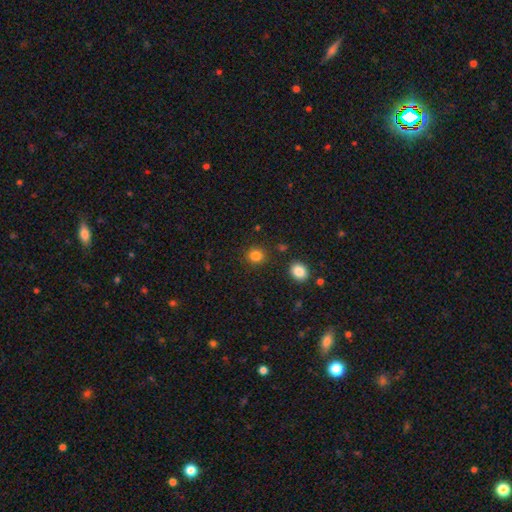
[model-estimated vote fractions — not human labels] The model was most divided on "how rounded": round: 85%, in between: 15%, cigar-shaped: 1%. More confident: merging — none (87%); smooth or featured — smooth (84%).